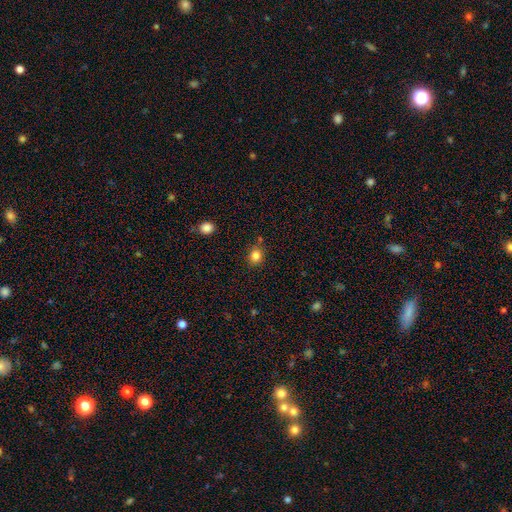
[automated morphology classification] This appears to be a smooth galaxy with no disk features (84%) that is round (68%). Merging: none (80%).